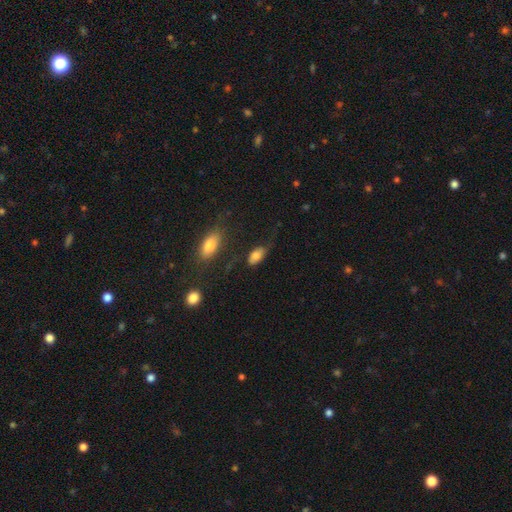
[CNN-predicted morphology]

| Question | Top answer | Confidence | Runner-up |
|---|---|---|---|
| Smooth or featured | smooth | 76% | featured or disk (15%) |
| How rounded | in between | 89% | cigar-shaped (6%) |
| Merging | none | 51% | minor disturbance (27%) |